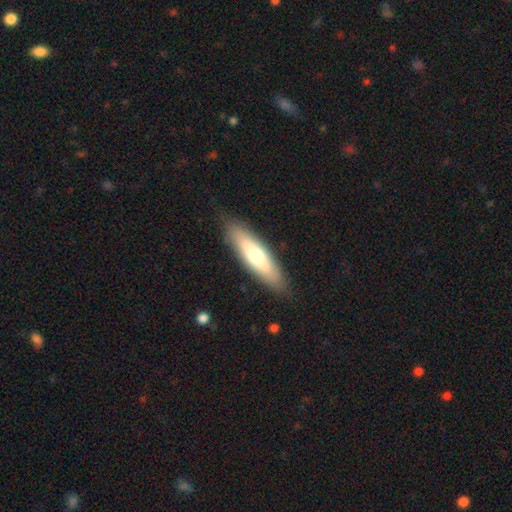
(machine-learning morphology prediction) Smooth or featured? smooth (59%)
How rounded? cigar-shaped (60%)
Merging? none (86%)